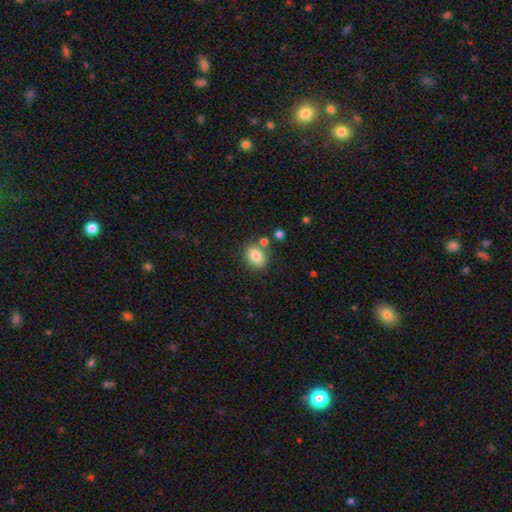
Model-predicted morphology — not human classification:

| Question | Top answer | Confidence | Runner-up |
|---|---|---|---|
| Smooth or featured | smooth | 83% | star or artifact (9%) |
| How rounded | in between | 74% | round (24%) |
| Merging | none | 74% | minor disturbance (13%) |